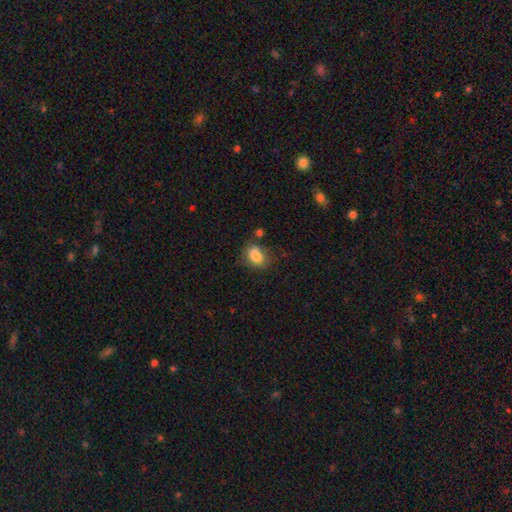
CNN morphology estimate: This appears to be a smooth galaxy with no disk features (85%) that is in between round and cigar-shaped (76%). Merging: none (65%).